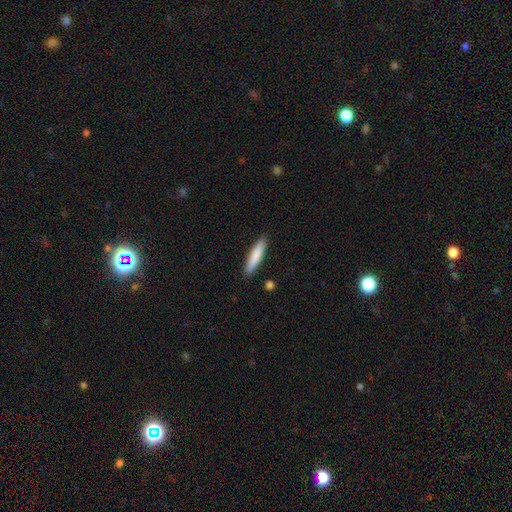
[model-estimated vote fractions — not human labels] The model was most divided on "smooth or featured": smooth: 82%, featured or disk: 13%, star or artifact: 5%. More confident: merging — none (89%); how rounded — cigar-shaped (85%).